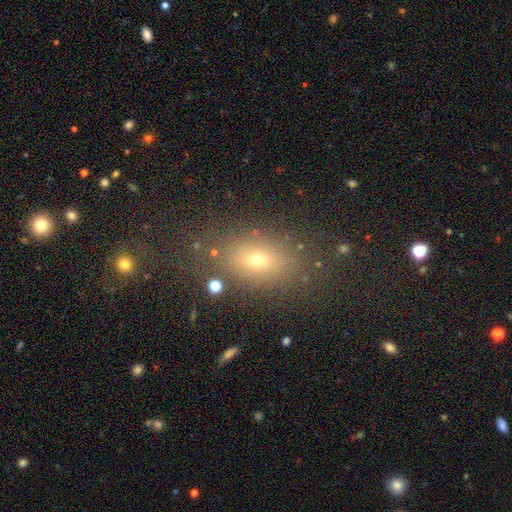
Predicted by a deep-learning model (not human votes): Smooth or featured? Predicted: smooth (p=0.63). How rounded? Predicted: in between (p=0.74). Merging? Predicted: none (p=0.81).